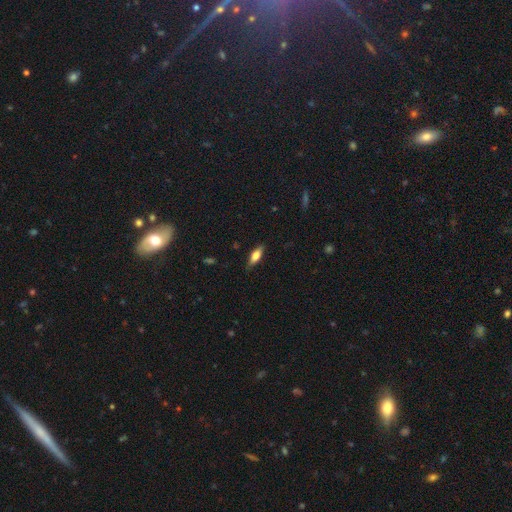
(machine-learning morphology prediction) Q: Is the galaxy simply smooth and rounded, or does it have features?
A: smooth — 69%.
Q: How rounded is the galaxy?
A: in between — 64%.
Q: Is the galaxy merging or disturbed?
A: none — 83%.